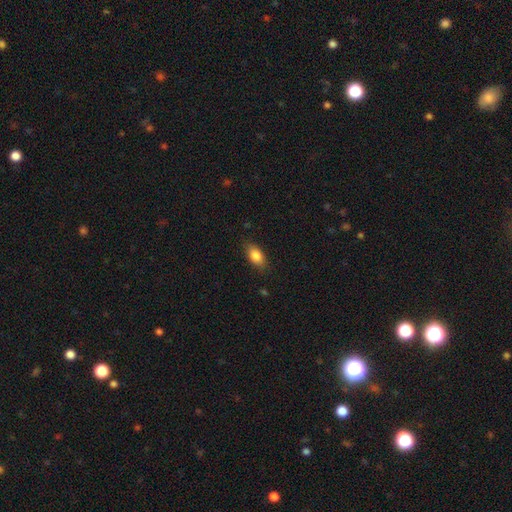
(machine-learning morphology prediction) Smooth or featured?
  - smooth: 85% *
  - featured or disk: 8%
  - star or artifact: 7%
How rounded?
  - in between: 88% *
  - round: 7%
  - cigar-shaped: 6%
Merging?
  - none: 84% *
  - minor disturbance: 12%
  - major disturbance: 3%
  - merger: 1%